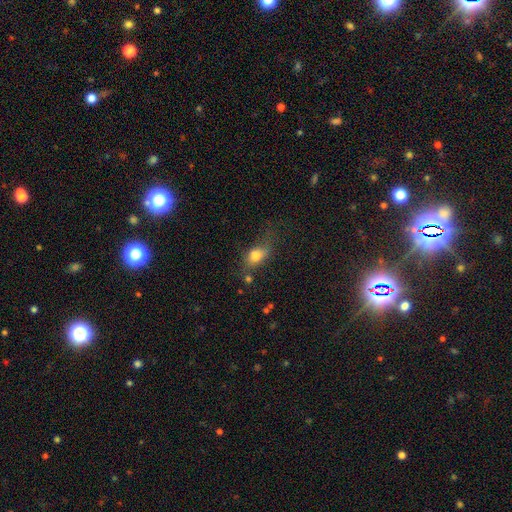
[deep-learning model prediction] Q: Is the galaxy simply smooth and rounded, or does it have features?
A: smooth — 75%.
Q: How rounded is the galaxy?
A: in between — 71%.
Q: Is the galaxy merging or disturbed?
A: none — 41%.